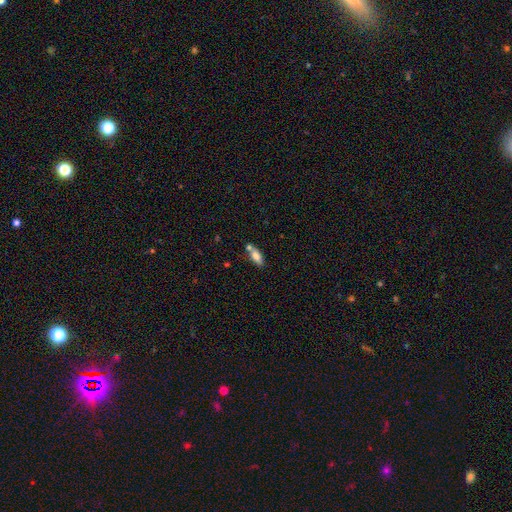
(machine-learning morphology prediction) The model was most divided on "merging": none: 54%, merger: 26%, minor disturbance: 16%, major disturbance: 4%. More confident: how rounded — in between (80%); smooth or featured — smooth (77%).